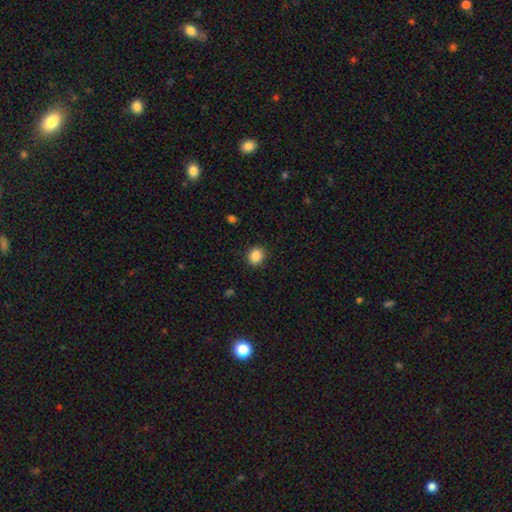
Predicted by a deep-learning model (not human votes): Q: Smooth or featured?
A: smooth (87%); runner-up: star or artifact (9%)
Q: How rounded?
A: round (68%); runner-up: in between (31%)
Q: Merging?
A: none (90%); runner-up: minor disturbance (7%)